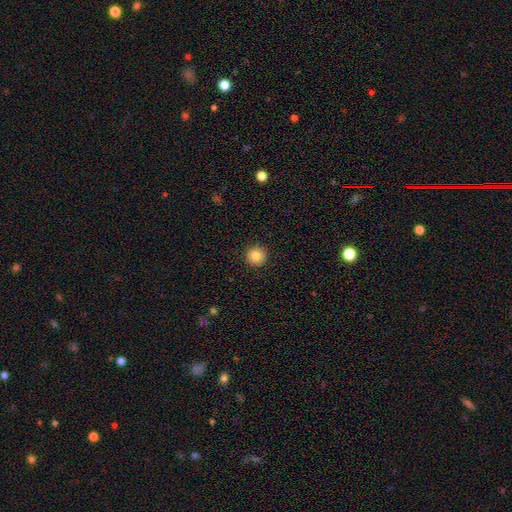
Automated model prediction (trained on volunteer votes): A smooth galaxy with no disk features (85%) that is round (95%). Merging: none (93%).